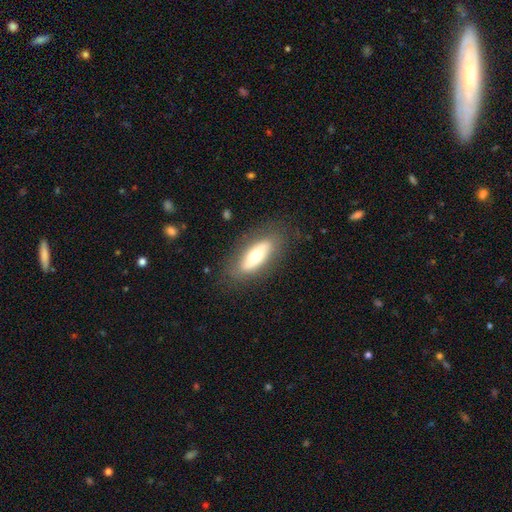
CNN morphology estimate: Smooth or featured: smooth — 53% (featured or disk — 40%)
How rounded: in between — 73% (cigar-shaped — 24%)
Merging: none — 80% (minor disturbance — 13%)